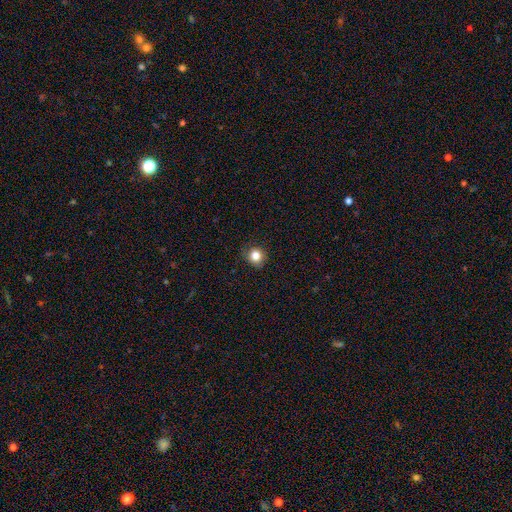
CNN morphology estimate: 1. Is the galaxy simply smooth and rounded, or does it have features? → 82% smooth, 11% star or artifact, 7% featured or disk.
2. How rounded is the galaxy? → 86% round, 13% in between, 1% cigar-shaped.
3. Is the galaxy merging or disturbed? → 83% none, 13% minor disturbance, 3% major disturbance, 1% merger.